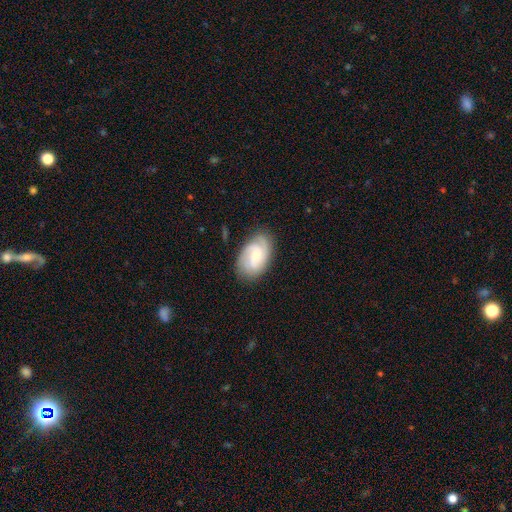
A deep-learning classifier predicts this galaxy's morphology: featured or disk 67%, smooth 26%, star or artifact 7%. Down the decision tree: edge-on disk — no (97%); bar — no (52%); spiral arms — yes (95%); spiral arm count — 2 (33%); spiral winding — tight (48%); bulge size — small (41%); merging — none (77%).